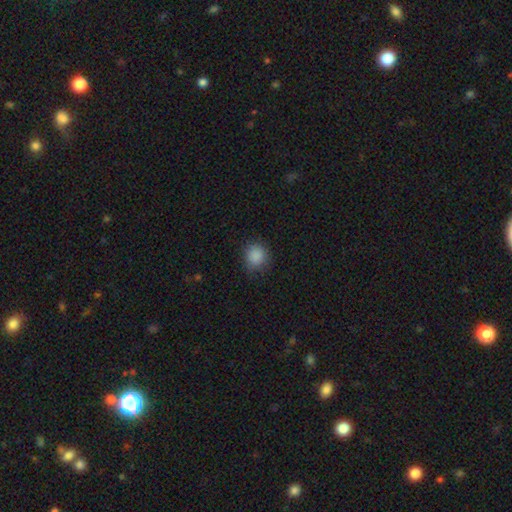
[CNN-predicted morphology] Smooth or featured? smooth (87%)
How rounded? round (82%)
Merging? none (83%)